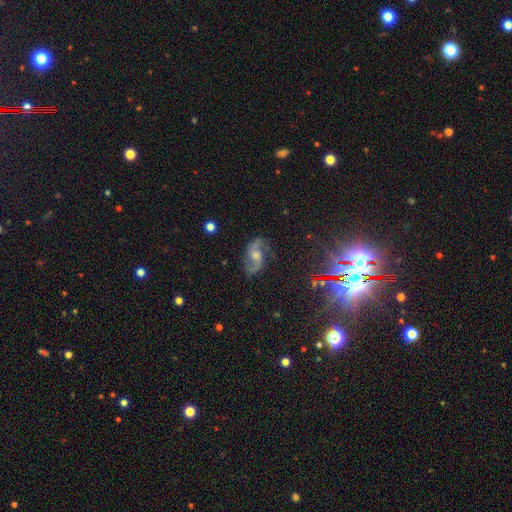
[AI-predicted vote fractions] Smooth or featured: featured or disk — 82% (star or artifact — 10%)
Edge-on disk: no — 97% (yes — 3%)
Bar: no — 52% (weak — 39%)
Spiral arms: yes — 96% (no — 4%)
Spiral winding: loose — 53% (medium — 38%)
Spiral arm count: 2 — 91% (can't tell — 3%)
Bulge size: moderate — 52% (small — 33%)
Merging: none — 77% (minor disturbance — 15%)